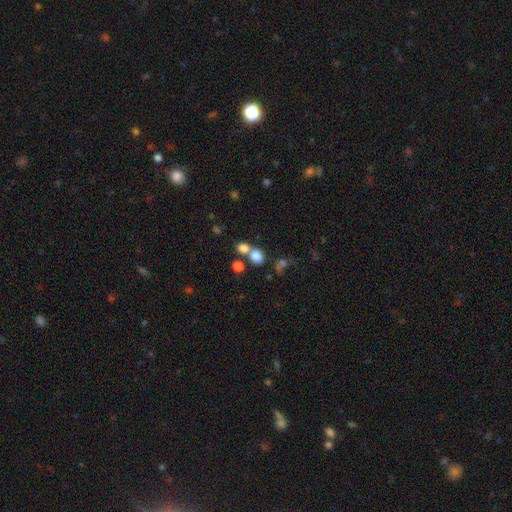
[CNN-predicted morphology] A smooth galaxy with no disk features (78%) that is round (69%). Merging: none (47%).